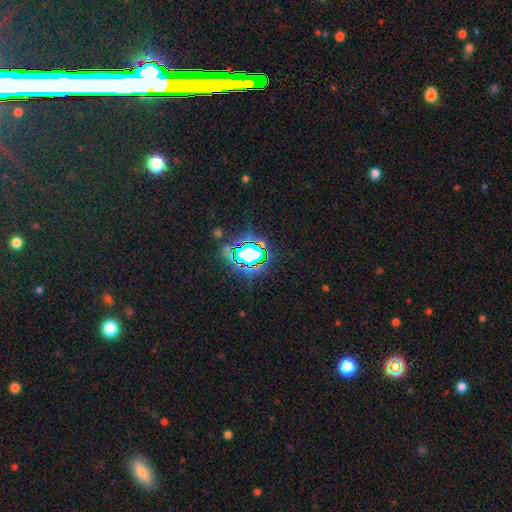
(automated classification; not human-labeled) Morphology: type=star or artifact (74%).